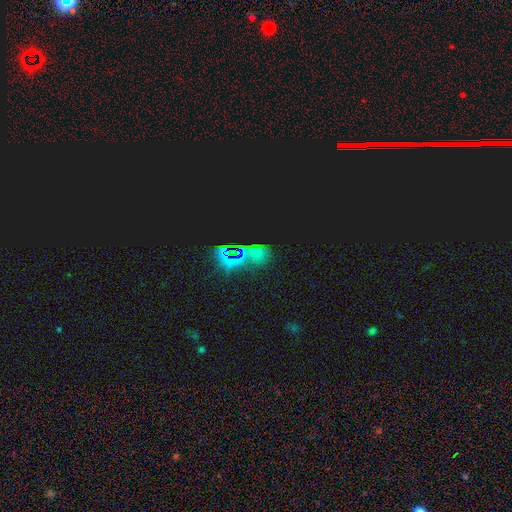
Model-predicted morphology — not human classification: smooth_or_featured: star or artifact (p=0.70) [alt: smooth p=0.21]